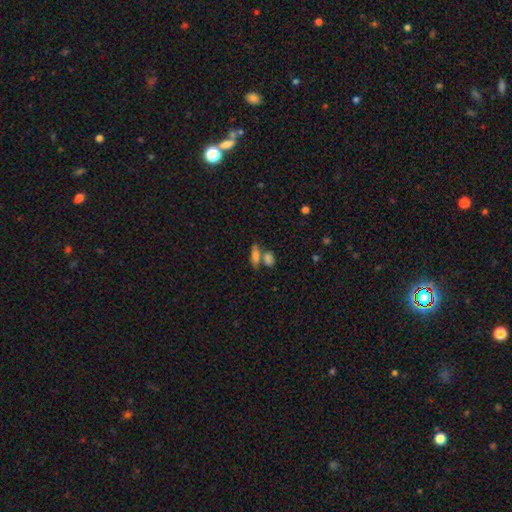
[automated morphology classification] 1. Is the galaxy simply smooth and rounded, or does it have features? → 75% smooth, 15% featured or disk, 10% star or artifact.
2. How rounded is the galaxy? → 69% in between, 25% cigar-shaped, 7% round.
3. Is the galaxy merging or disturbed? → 46% none, 39% merger, 10% minor disturbance, 5% major disturbance.